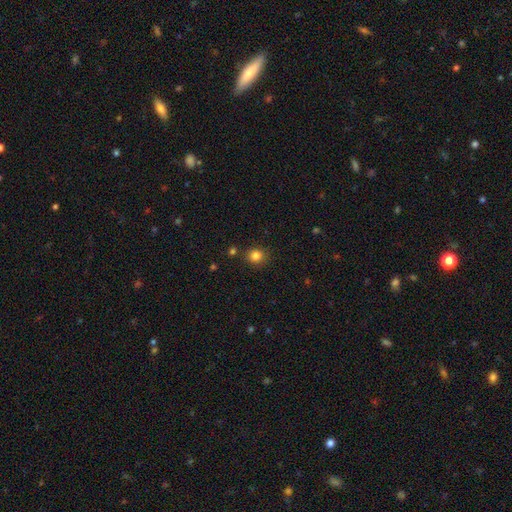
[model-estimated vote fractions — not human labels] Morphology: type=smooth (82%); roundness=round (83%); merging=none (85%).